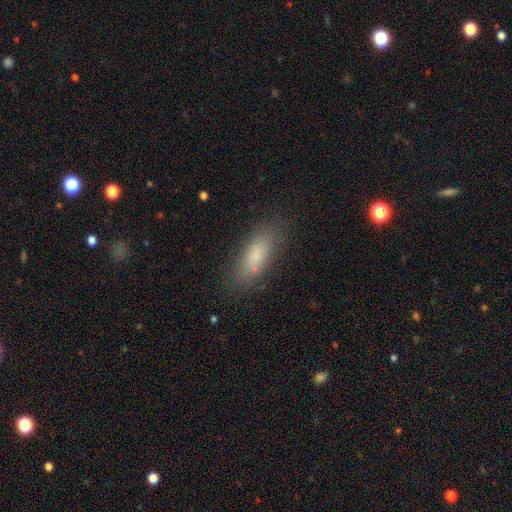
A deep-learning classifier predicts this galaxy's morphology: smooth-or-featured: smooth: 80% | featured or disk: 12% | star or artifact: 8%
  how-rounded: in between: 66% | cigar-shaped: 31% | round: 3%
  merging: none: 79% | minor disturbance: 14% | major disturbance: 5% | merger: 2%